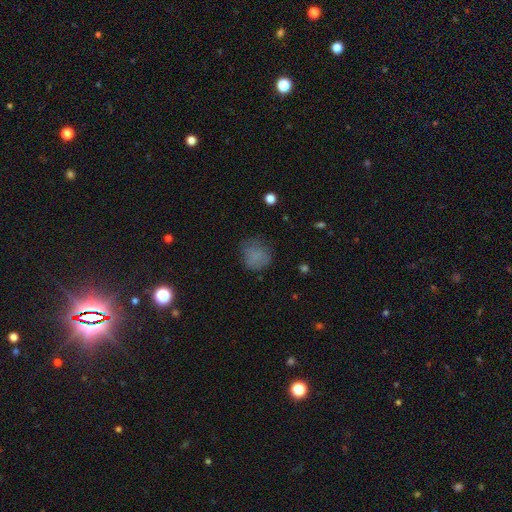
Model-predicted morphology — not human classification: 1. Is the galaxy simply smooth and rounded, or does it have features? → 77% smooth, 12% star or artifact, 11% featured or disk.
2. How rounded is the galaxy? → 80% round, 19% in between, 1% cigar-shaped.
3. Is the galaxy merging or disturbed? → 63% none, 24% minor disturbance, 11% major disturbance, 2% merger.